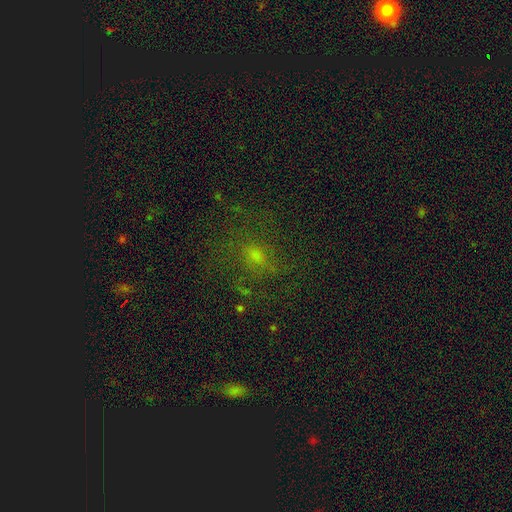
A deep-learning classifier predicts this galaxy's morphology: Smooth or featured? Predicted: featured or disk (p=0.39). Merging? Predicted: none (p=0.61).